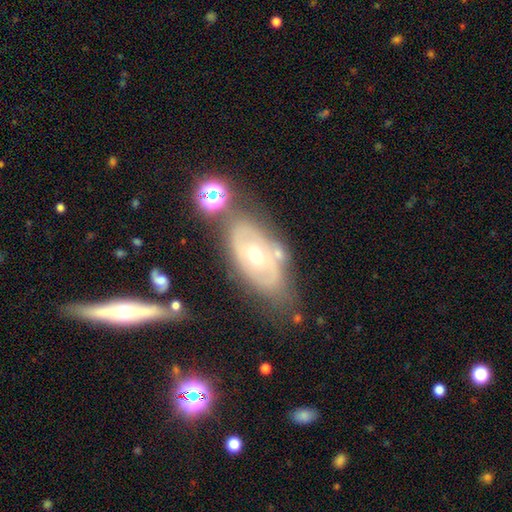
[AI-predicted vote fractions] smooth-or-featured: featured or disk: 70% | smooth: 22% | star or artifact: 7%
  disk-edge-on: no: 91% | yes: 9%
    bar: no: 74% | weak: 20% | strong: 6%
    has-spiral-arms: yes: 56% | no: 44%
    bulge-size: moderate: 61% | small: 34% | large: 3% | none: 1% | dominant: 1%
  merging: none: 62% | minor disturbance: 21% | major disturbance: 9% | merger: 9%